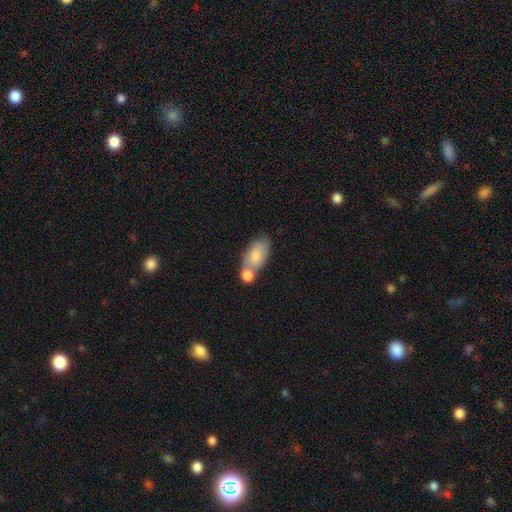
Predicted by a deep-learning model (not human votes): Smooth or featured?
  - smooth: 75% *
  - featured or disk: 18%
  - star or artifact: 6%
How rounded?
  - in between: 90% *
  - round: 6%
  - cigar-shaped: 4%
Merging?
  - merger: 49% *
  - none: 33%
  - minor disturbance: 13%
  - major disturbance: 5%